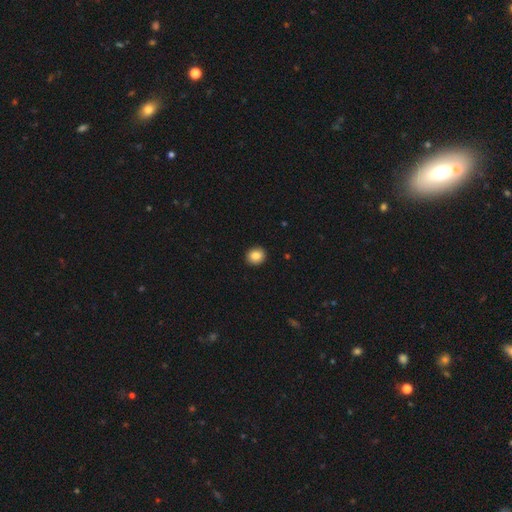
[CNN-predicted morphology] Q: Smooth or featured?
A: smooth (86%); runner-up: star or artifact (9%)
Q: How rounded?
A: round (81%); runner-up: in between (19%)
Q: Merging?
A: none (93%); runner-up: minor disturbance (5%)